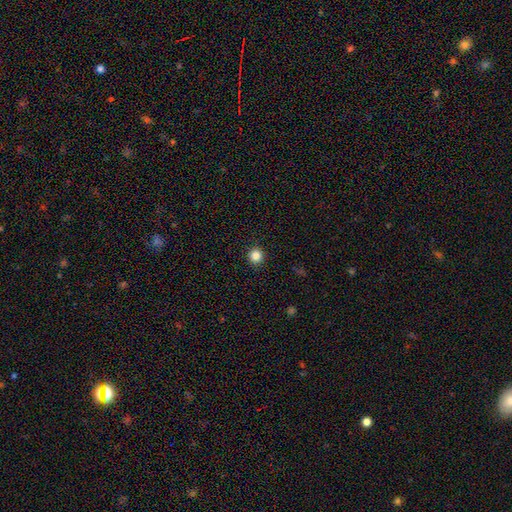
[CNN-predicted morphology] A smooth galaxy with no disk features (85%) that is round (95%).

Vote fractions:
- Smooth or featured? smooth: 85% / star or artifact: 11% / featured or disk: 4%
- How rounded? round: 95% / in between: 4% / cigar-shaped: 1%
- Merging? none: 93% / minor disturbance: 5% / major disturbance: 2% / merger: 1%